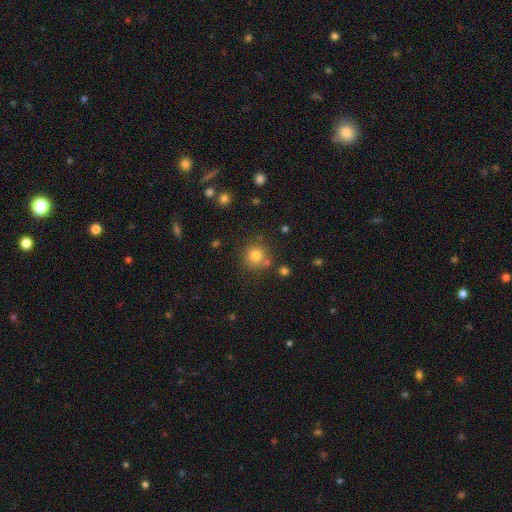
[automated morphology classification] Smooth or featured? smooth (78%)
How rounded? round (92%)
Merging? none (75%)